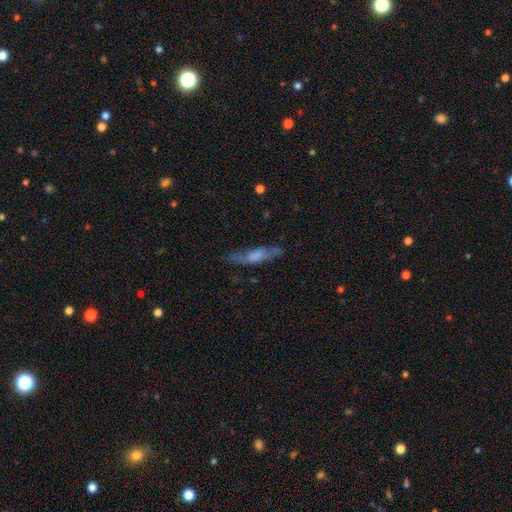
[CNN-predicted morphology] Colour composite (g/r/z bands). It shows a smooth galaxy with no disk features (53%) that is cigar-shaped (73%). Merging: none (68%).